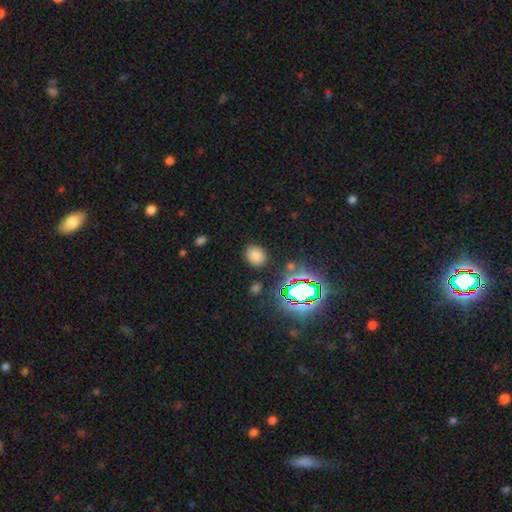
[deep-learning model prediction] A smooth galaxy with no disk features (75%) that is round (59%). Merging: none (84%).